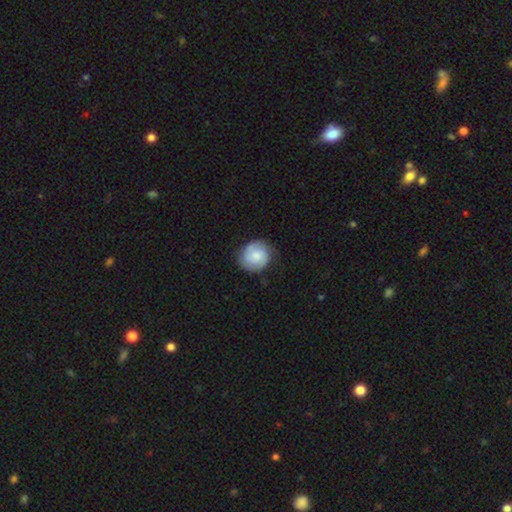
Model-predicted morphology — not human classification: smooth-or-featured: smooth: 57% | featured or disk: 36% | star or artifact: 7%
  how-rounded: round: 80% | in between: 19% | cigar-shaped: 1%
  merging: none: 79% | minor disturbance: 16% | major disturbance: 4% | merger: 1%